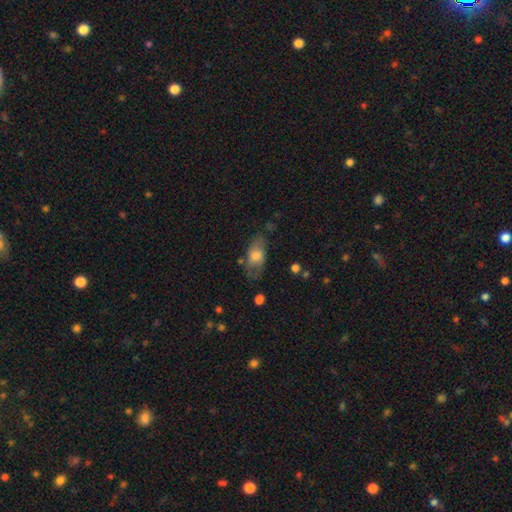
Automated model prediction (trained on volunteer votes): smooth_or_featured: smooth (p=0.67) [alt: featured or disk p=0.26]
how_rounded: in between (p=0.86) [alt: cigar-shaped p=0.08]
merging: none (p=0.57) [alt: minor disturbance p=0.27]